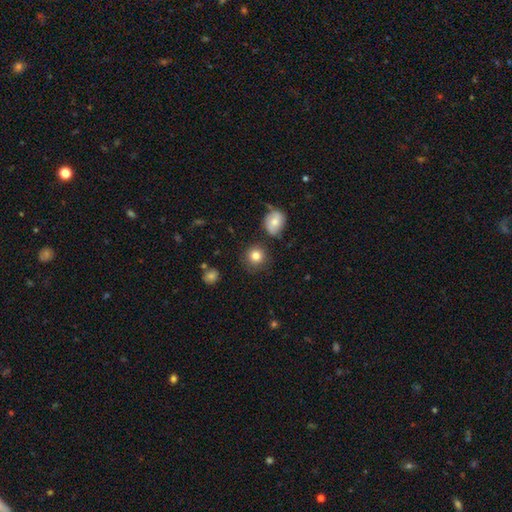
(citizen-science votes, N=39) This is clearly a smooth galaxy (87%). How rounded: clearly round (91%). Merging: clearly none (92%).